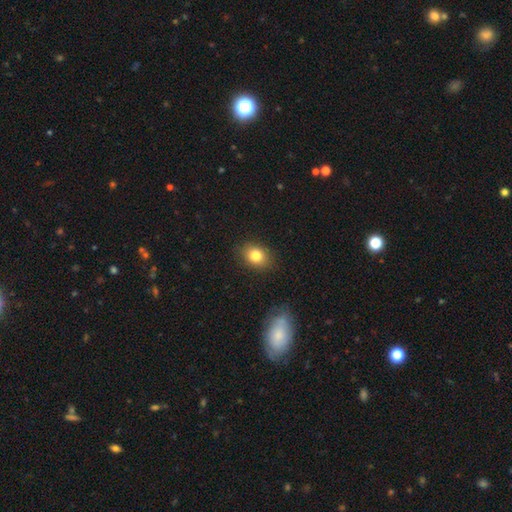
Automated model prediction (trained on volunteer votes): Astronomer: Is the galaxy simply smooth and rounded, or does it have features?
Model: smooth — 81%.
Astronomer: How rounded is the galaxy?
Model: in between — 54% (runner-up: round, 45%).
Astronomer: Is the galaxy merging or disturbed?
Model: none — 86%.